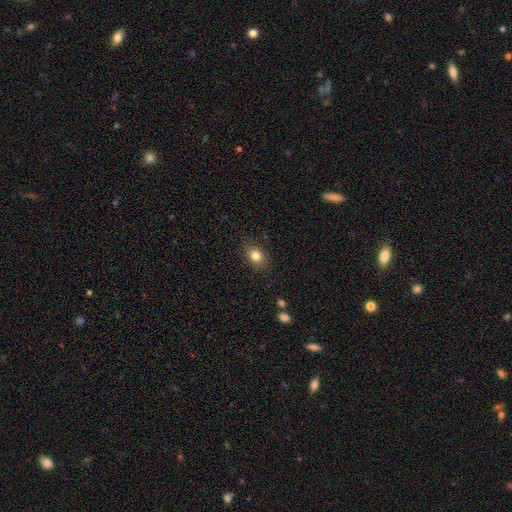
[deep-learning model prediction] A smooth galaxy with no disk features (81%) that is in between round and cigar-shaped (64%). Merging: none (84%).